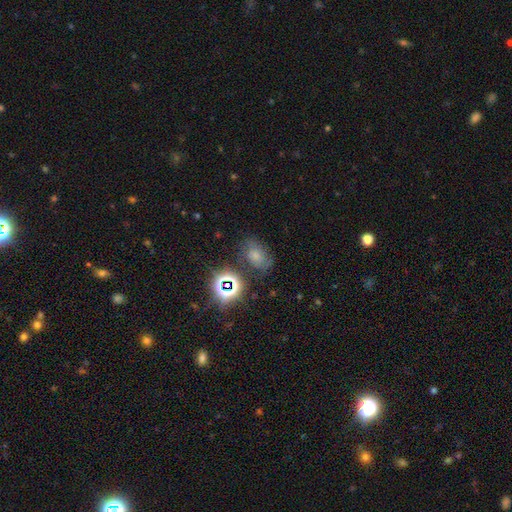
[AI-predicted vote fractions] A smooth galaxy with no disk features (48%). Merging: none (62%).